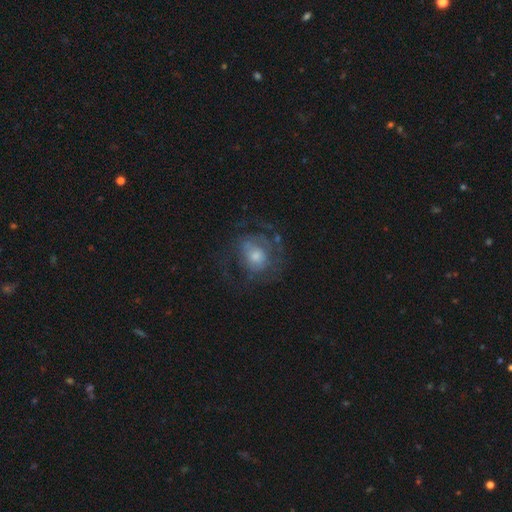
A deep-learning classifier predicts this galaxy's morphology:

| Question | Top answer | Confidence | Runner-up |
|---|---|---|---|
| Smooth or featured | featured or disk | 58% | smooth (31%) |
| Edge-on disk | no | 97% | yes (3%) |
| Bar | no | 77% | weak (19%) |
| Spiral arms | yes | 60% | no (40%) |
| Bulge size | moderate | 50% | small (33%) |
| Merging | none | 56% | major disturbance (25%) |